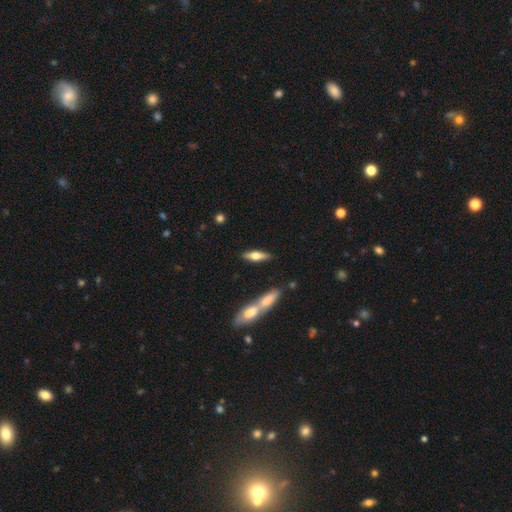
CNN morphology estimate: Smooth or featured: smooth — 47% (featured or disk — 46%)
Merging: none — 78% (merger — 10%)